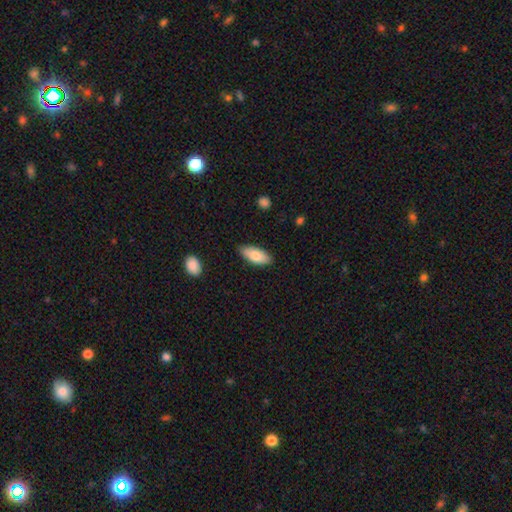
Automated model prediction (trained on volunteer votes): This appears to be a smooth galaxy with no disk features (77%) that is in between round and cigar-shaped (85%). Merging: none (83%).